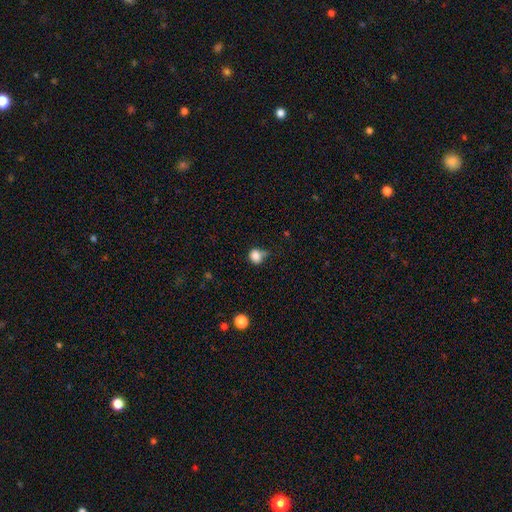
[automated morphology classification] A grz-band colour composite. It shows a smooth galaxy with no disk features (84%) that is round (78%). Merging: none (50%).